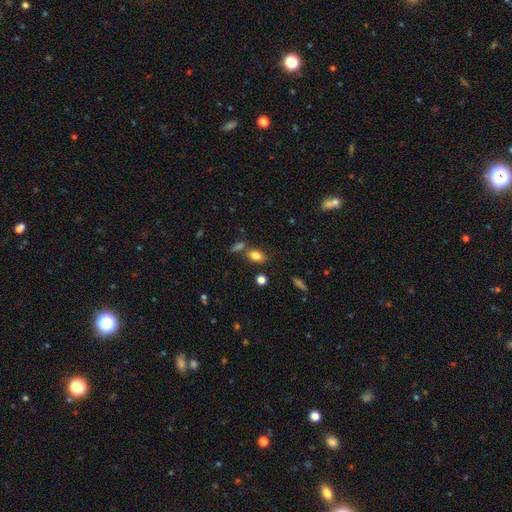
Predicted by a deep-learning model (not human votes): This appears to be a smooth galaxy with no disk features (81%) that is in between round and cigar-shaped (86%). Merging: none (64%).